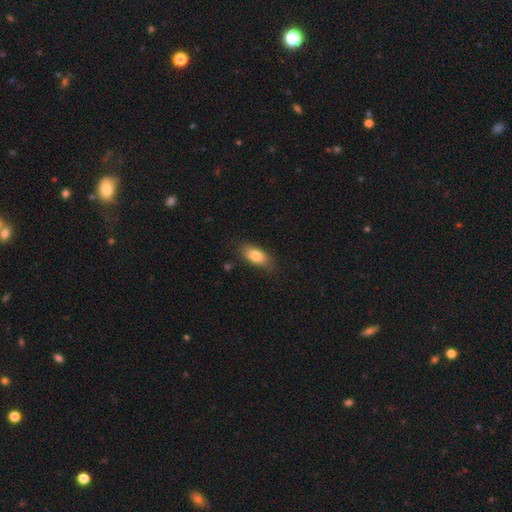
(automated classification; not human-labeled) smooth-or-featured: smooth: 81% | featured or disk: 12% | star or artifact: 7%
  how-rounded: in between: 87% | cigar-shaped: 7% | round: 6%
  merging: none: 80% | minor disturbance: 16% | major disturbance: 3% | merger: 1%